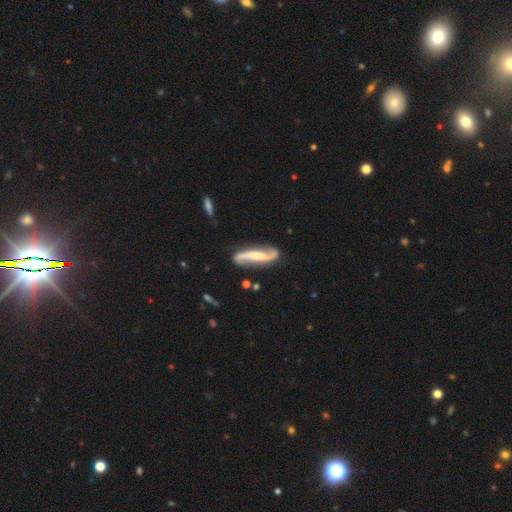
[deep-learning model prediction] Smooth or featured? Predicted: featured or disk (p=0.84). Edge-on disk? Predicted: no (p=0.88). Bar? Predicted: strong (p=0.37). Spiral arms? Predicted: yes (p=0.96). Spiral winding? Predicted: loose (p=0.66). Spiral arm count? Predicted: 2 (p=0.93). Bulge size? Predicted: small (p=0.34). Merging? Predicted: none (p=0.78).